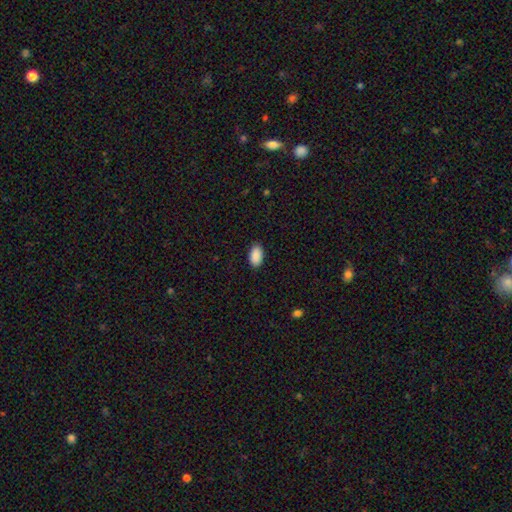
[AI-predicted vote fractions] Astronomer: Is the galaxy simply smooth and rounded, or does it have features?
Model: smooth — 91%.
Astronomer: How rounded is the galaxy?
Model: in between — 95%.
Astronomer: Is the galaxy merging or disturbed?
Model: none — 89%.